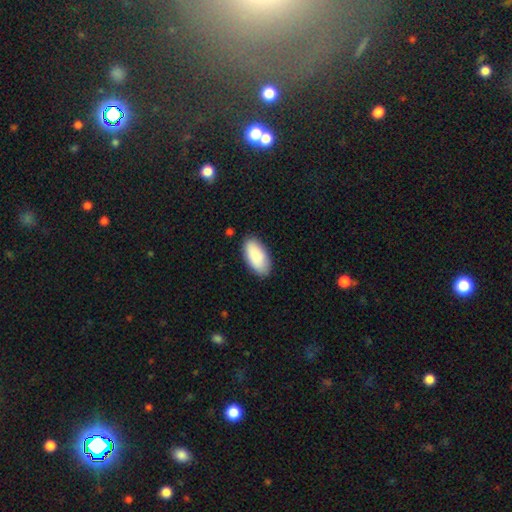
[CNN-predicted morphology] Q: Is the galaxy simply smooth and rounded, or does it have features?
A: smooth — 89%.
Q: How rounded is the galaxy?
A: in between — 94%.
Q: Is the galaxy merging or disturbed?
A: none — 85%.